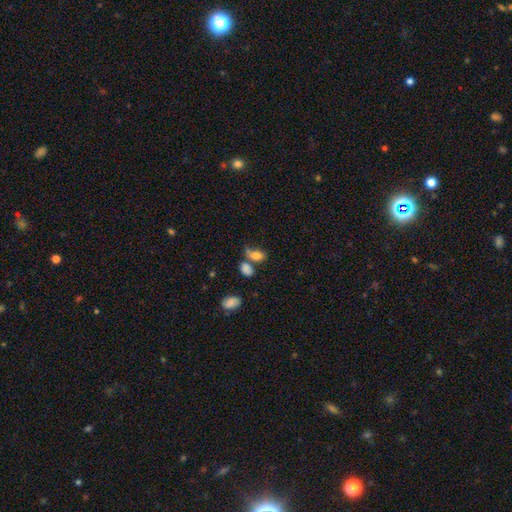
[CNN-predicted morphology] This is likely a smooth galaxy (77%). How rounded: clearly in between (85%). Merging: marginally merger (35%, tied with none).